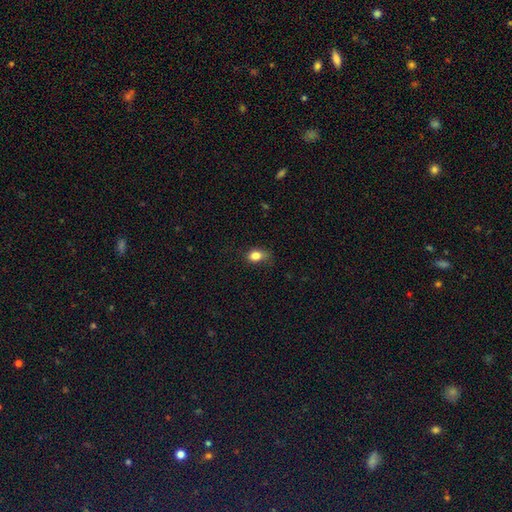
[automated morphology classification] A smooth galaxy with no disk features (83%) that is in between round and cigar-shaped (72%). Merging: none (60%).